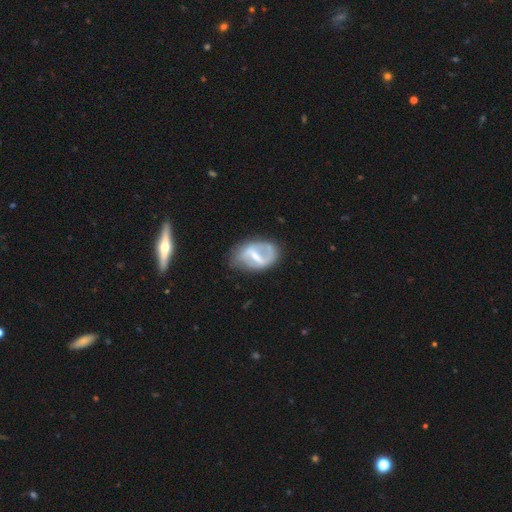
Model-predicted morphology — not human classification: A featured or disk galaxy (73%) with a strong bar (55%), spiral arms (66%) and a moderate central bulge (43%). Merging: none (56%).